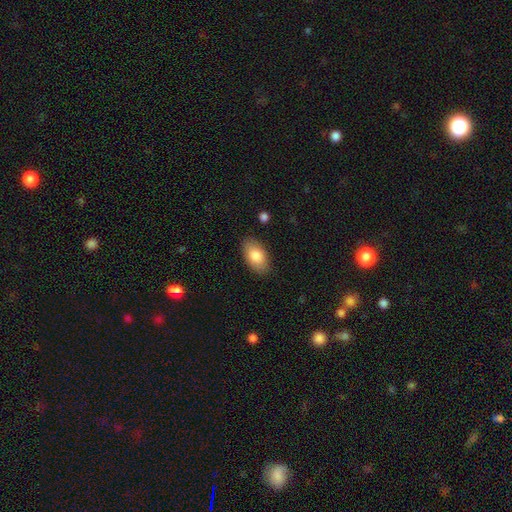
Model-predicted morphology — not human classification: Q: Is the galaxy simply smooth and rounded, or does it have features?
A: smooth — 83%.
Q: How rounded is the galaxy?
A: in between — 94%.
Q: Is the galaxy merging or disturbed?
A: none — 85%.